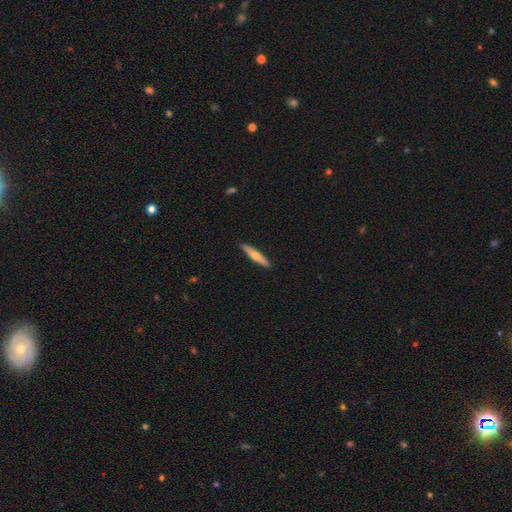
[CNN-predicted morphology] smooth 55%, featured or disk 40%, star or artifact 5%. Down the decision tree: how rounded — cigar-shaped (90%); merging — none (91%).